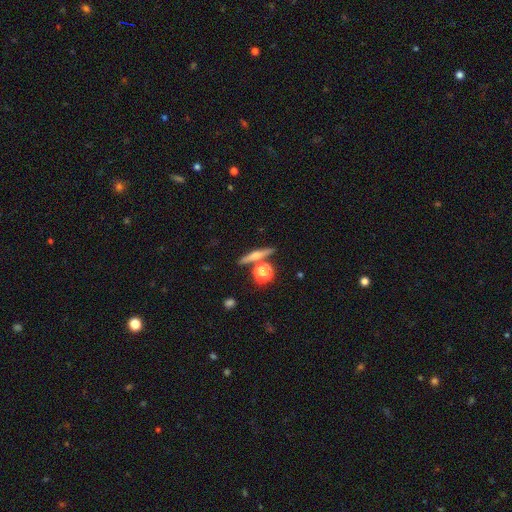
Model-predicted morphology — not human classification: Smooth or featured: featured or disk — 59% (smooth — 32%)
Edge-on disk: yes — 96% (no — 4%)
Edge-on bulge: rounded — 91% (none — 5%)
Merging: none — 80% (merger — 10%)